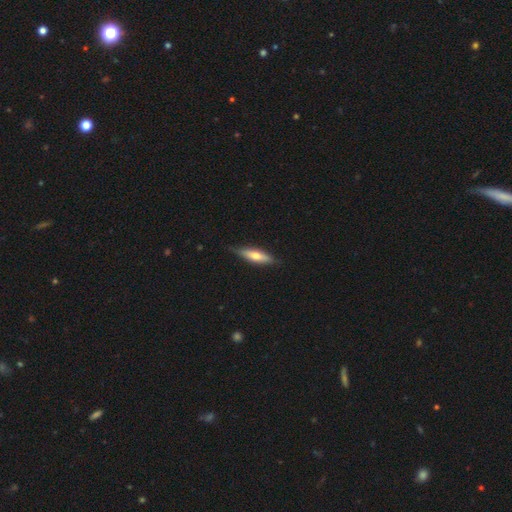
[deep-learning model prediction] The model was most divided on "smooth or featured": smooth: 57%, featured or disk: 37%, star or artifact: 5%. More confident: merging — none (79%); how rounded — cigar-shaped (67%).